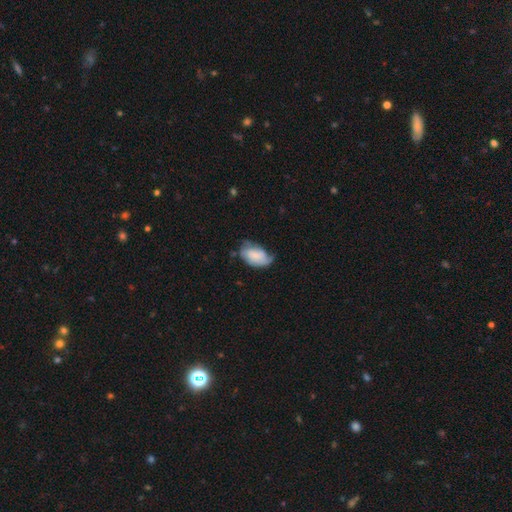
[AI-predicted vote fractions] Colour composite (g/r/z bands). It shows a smooth galaxy with no disk features (66%) that is in between round and cigar-shaped (92%). Merging: minor disturbance (41%).